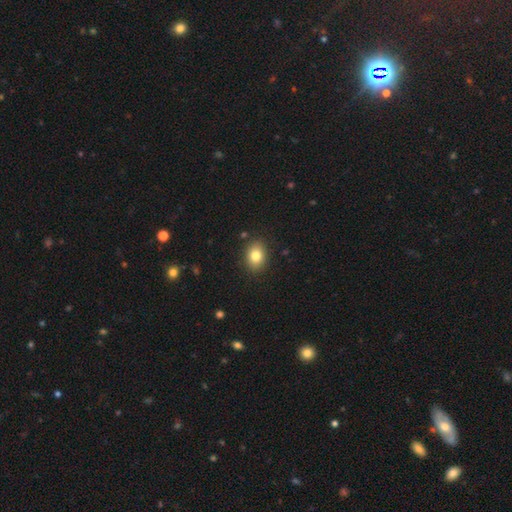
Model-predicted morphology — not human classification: smooth-or-featured: smooth: 82% | star or artifact: 9% | featured or disk: 9%
  how-rounded: in between: 65% | round: 34% | cigar-shaped: 1%
  merging: none: 88% | minor disturbance: 9% | major disturbance: 2% | merger: 1%